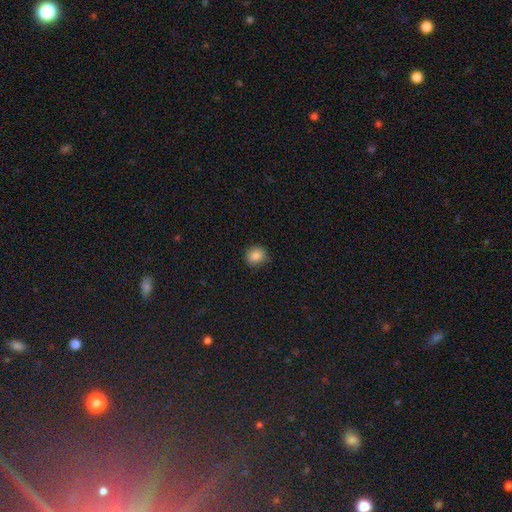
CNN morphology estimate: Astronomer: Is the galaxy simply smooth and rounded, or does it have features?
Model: smooth — 85%.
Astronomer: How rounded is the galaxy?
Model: round — 84%.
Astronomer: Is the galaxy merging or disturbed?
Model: none — 86%.